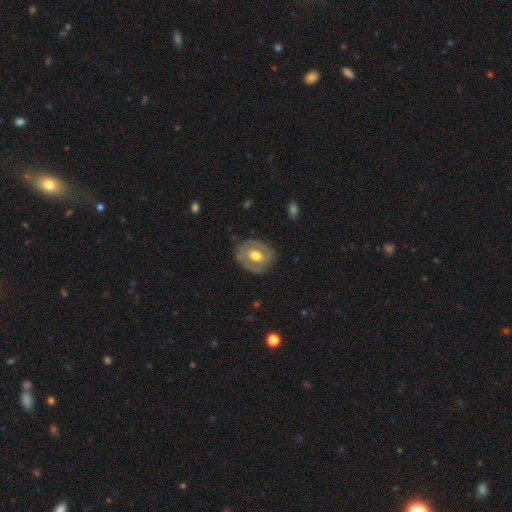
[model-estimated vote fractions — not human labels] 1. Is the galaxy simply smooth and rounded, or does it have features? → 65% featured or disk, 30% smooth, 5% star or artifact.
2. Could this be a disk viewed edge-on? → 96% no, 4% yes.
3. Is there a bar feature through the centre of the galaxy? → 52% no, 36% weak, 13% strong.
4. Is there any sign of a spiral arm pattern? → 59% yes, 41% no.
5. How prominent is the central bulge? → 74% moderate, 15% large, 9% small, 1% none, 1% dominant.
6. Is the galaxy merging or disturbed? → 77% none, 17% minor disturbance, 5% major disturbance, 1% merger.